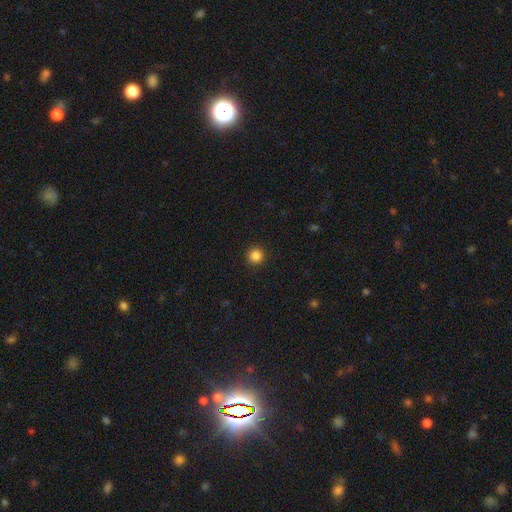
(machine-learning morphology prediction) smooth 86%, star or artifact 11%, featured or disk 3%. Down the decision tree: how rounded — round (95%); merging — none (92%).